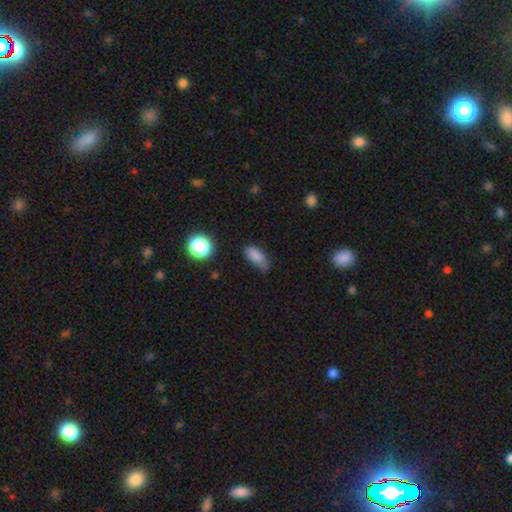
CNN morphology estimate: type=smooth (81%); roundness=in between (82%); merging=none (59%).